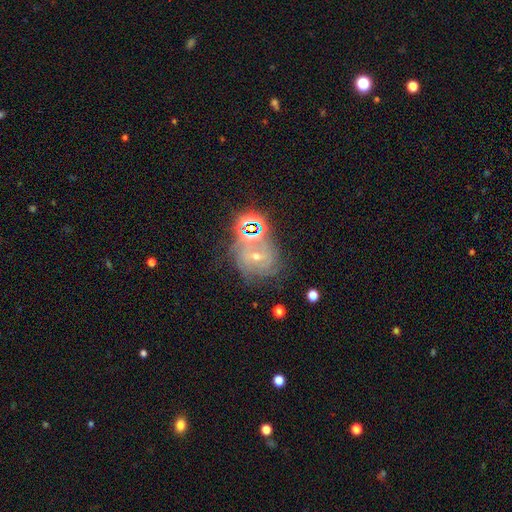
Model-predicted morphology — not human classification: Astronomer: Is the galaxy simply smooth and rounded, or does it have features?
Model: featured or disk — 60%.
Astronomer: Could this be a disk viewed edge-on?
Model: no — 96%.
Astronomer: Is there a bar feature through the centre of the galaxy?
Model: no — 44% (runner-up: weak, 39%).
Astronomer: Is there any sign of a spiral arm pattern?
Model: yes — 92%.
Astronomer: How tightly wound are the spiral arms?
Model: tight — 67%.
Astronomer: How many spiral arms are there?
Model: can't tell — 35% (runner-up: 3, 24%).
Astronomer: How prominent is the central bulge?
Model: small — 57% (runner-up: moderate, 38%).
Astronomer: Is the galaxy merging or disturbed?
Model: none — 62%.